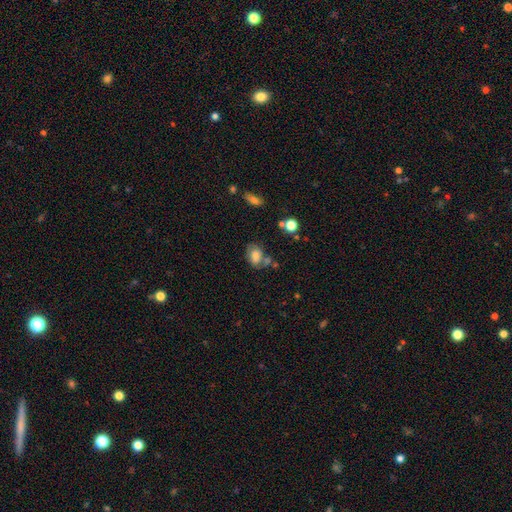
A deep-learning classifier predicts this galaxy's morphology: Smooth or featured? smooth (69%)
How rounded? in between (74%)
Merging? none (48%)